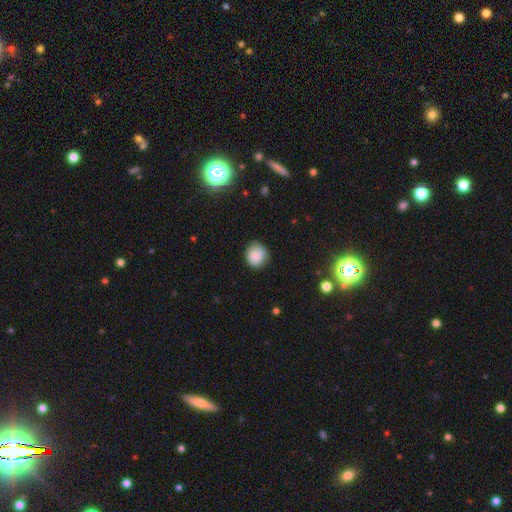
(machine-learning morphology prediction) Q: Smooth or featured?
A: smooth (81%); runner-up: featured or disk (10%)
Q: How rounded?
A: round (84%); runner-up: in between (15%)
Q: Merging?
A: none (76%); runner-up: minor disturbance (19%)